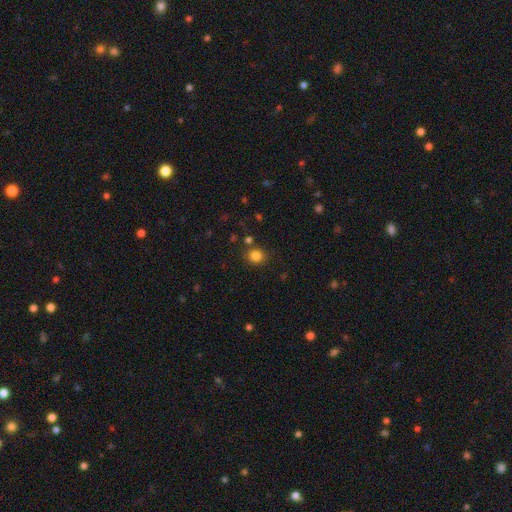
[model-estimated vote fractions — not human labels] Overall: smooth (82%). How rounded: round (81%). Merging: none (83%).